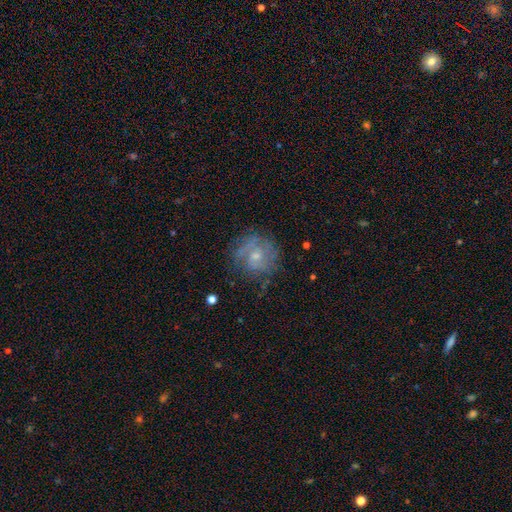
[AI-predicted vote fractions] Q: Smooth or featured?
A: featured or disk (58%); runner-up: smooth (33%)
Q: Edge-on disk?
A: no (97%); runner-up: yes (3%)
Q: Bar?
A: no (74%); runner-up: weak (23%)
Q: Spiral arms?
A: yes (70%); runner-up: no (30%)
Q: Bulge size?
A: small (54%); runner-up: moderate (40%)
Q: Merging?
A: none (64%); runner-up: minor disturbance (22%)